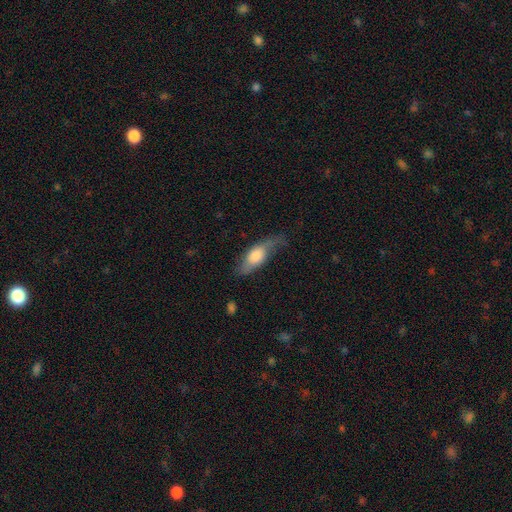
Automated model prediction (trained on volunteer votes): Smooth or featured? smooth (60%)
How rounded? in between (73%)
Merging? none (49%)